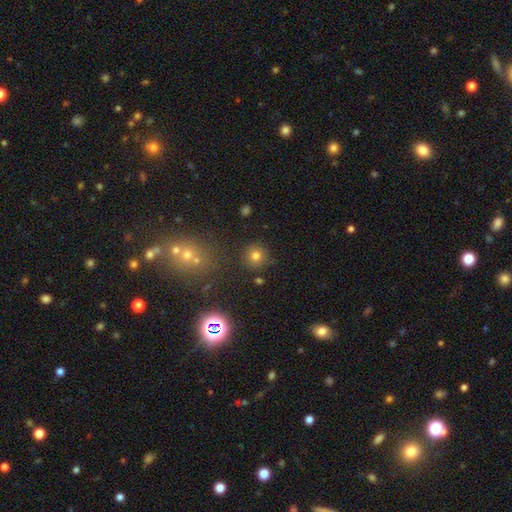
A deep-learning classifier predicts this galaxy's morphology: Q: Smooth or featured?
A: smooth (76%); runner-up: star or artifact (16%)
Q: How rounded?
A: round (93%); runner-up: in between (6%)
Q: Merging?
A: none (85%); runner-up: minor disturbance (8%)